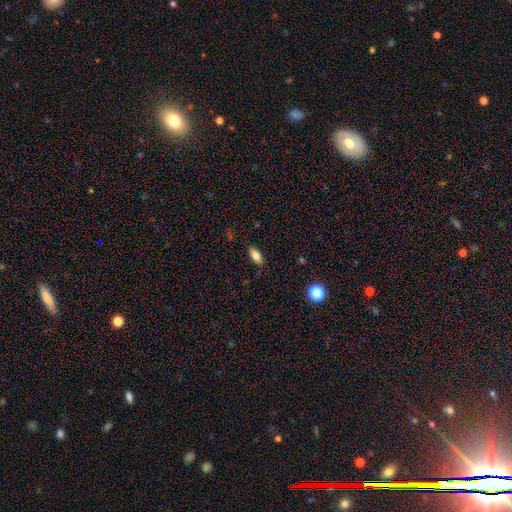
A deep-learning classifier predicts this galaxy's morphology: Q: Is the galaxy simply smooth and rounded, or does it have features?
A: smooth — 81%.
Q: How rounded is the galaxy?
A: in between — 86%.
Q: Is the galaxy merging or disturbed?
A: none — 85%.